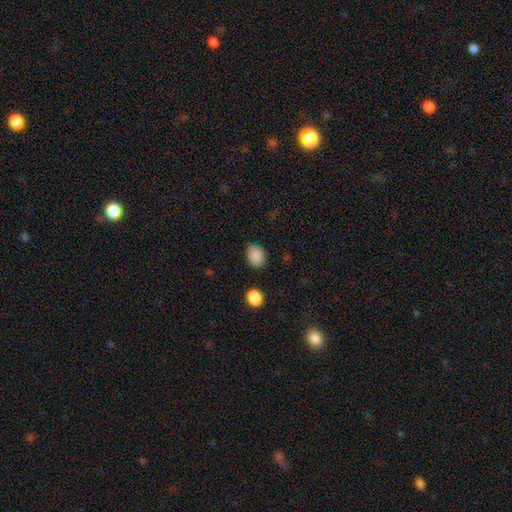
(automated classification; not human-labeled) A smooth galaxy with no disk features (87%) that is in between round and cigar-shaped (65%).

Vote fractions:
- Smooth or featured? smooth: 87% / star or artifact: 9% / featured or disk: 4%
- How rounded? in between: 65% / round: 34% / cigar-shaped: 1%
- Merging? none: 75% / minor disturbance: 19% / major disturbance: 4% / merger: 2%